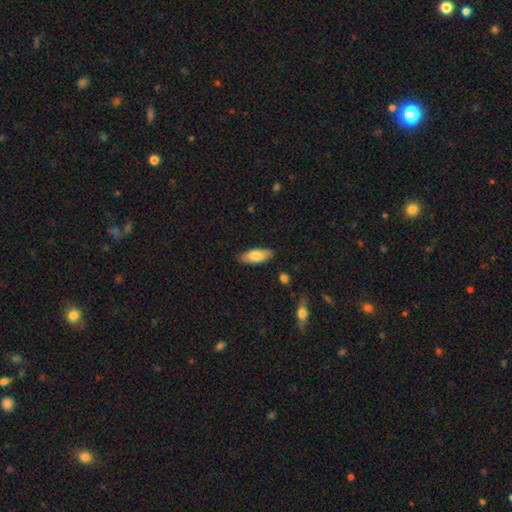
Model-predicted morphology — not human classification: This is likely a smooth galaxy (79%). How rounded: likely in between (78%). Merging: clearly none (84%).